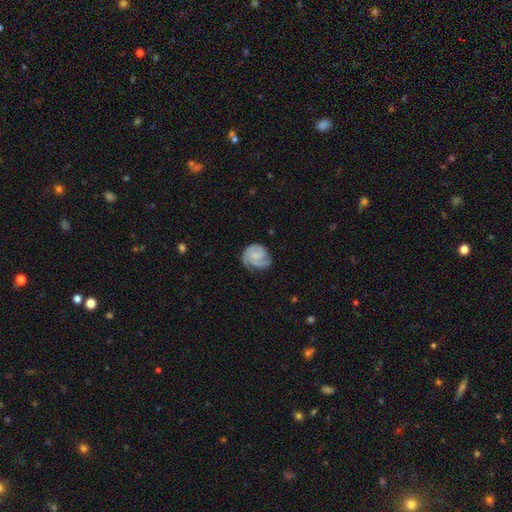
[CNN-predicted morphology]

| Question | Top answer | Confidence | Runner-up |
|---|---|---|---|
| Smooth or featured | featured or disk | 79% | smooth (15%) |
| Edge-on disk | no | 98% | yes (2%) |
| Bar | no | 65% | weak (30%) |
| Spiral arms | yes | 97% | no (3%) |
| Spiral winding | tight | 60% | medium (33%) |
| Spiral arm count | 2 | 42% | 3 (35%) |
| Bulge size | small | 58% | moderate (20%) |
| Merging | none | 68% | minor disturbance (22%) |